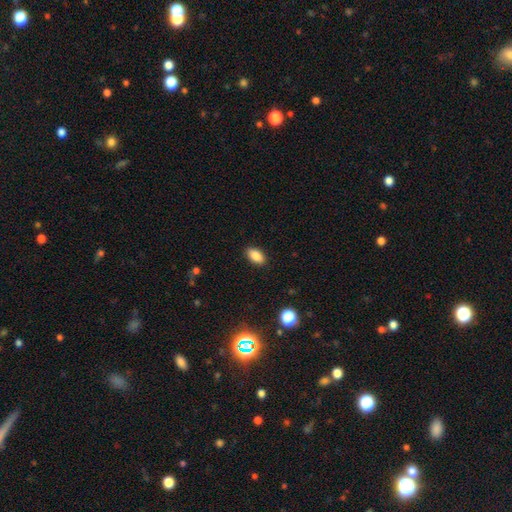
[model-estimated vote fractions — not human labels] Smooth or featured?
  - smooth: 87% *
  - star or artifact: 8%
  - featured or disk: 5%
How rounded?
  - in between: 91% *
  - round: 5%
  - cigar-shaped: 4%
Merging?
  - none: 89% *
  - minor disturbance: 8%
  - major disturbance: 2%
  - merger: 1%